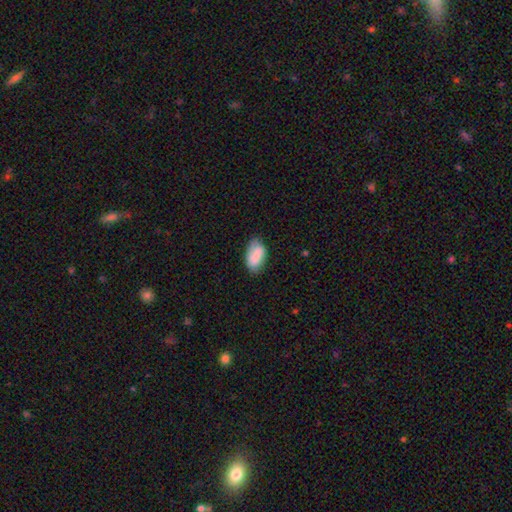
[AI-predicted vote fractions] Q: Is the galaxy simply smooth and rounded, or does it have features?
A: smooth — 80%.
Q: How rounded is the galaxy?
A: in between — 93%.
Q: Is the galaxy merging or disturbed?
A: none — 65%.